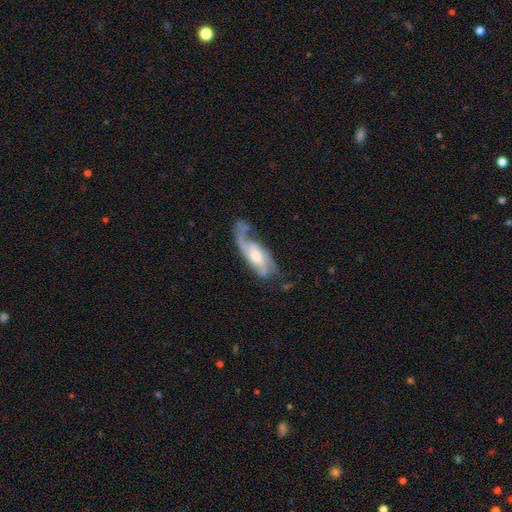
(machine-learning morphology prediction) A featured or disk galaxy (79%) with no bar (56%), 2 (57%) medium (41%) spiral arms (92%) and a moderate central bulge (61%).

Vote fractions:
- Smooth or featured? featured or disk: 79% / smooth: 16% / star or artifact: 5%
- Edge-on disk? no: 89% / yes: 11%
- Bar? no: 56% / weak: 34% / strong: 10%
- Spiral arms? yes: 92% / no: 8%
- Spiral winding? medium: 41% / loose: 40% / tight: 19%
- Spiral arm count? 2: 57% / 1: 22% / can't tell: 11% / 3: 7% / 4: 2% / more than 4: 2%
- Bulge size? moderate: 61% / small: 20% / large: 13% / none: 3% / dominant: 2%
- Merging? none: 44% / major disturbance: 27% / minor disturbance: 24% / merger: 5%